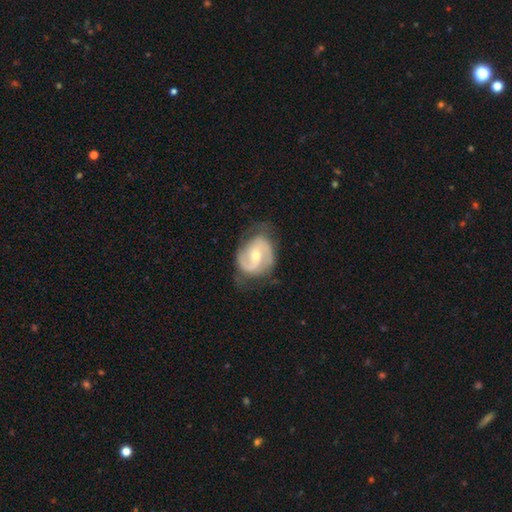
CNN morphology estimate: Smooth or featured? featured or disk (85%)
Edge-on disk? no (98%)
Bar? weak (47%)
Spiral arms? yes (95%)
Spiral winding? medium (49%)
Spiral arm count? 2 (85%)
Bulge size? moderate (55%)
Merging? none (67%)